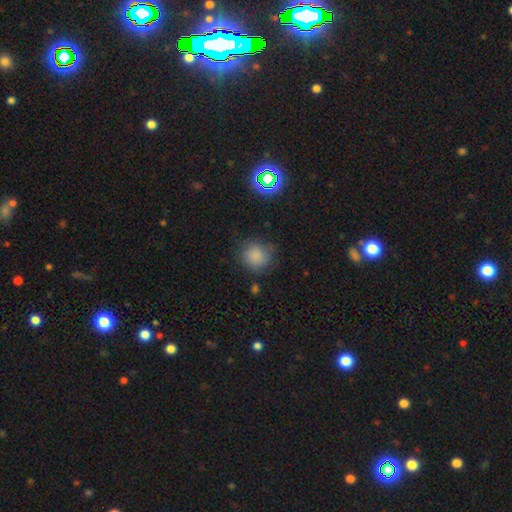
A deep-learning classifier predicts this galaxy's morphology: A smooth galaxy with no disk features (81%) that is round (86%). Merging: none (72%).